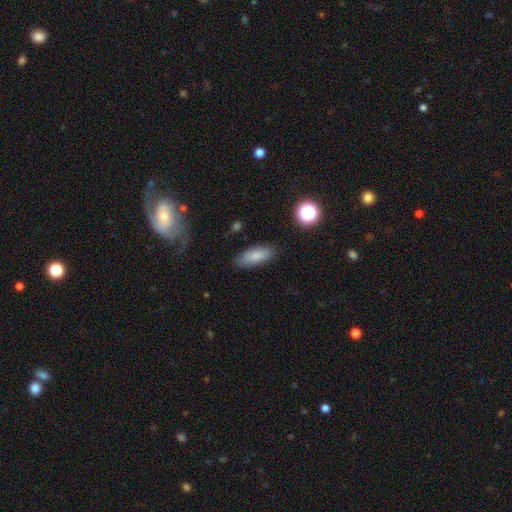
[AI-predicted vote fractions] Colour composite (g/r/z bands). It shows a smooth galaxy with no disk features (82%) that is in between round and cigar-shaped (79%). Merging: none (83%).